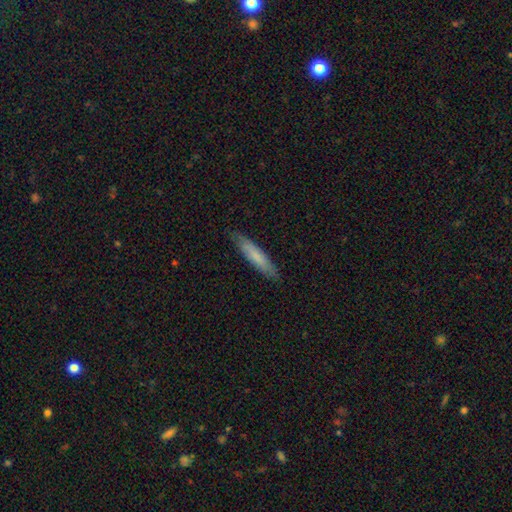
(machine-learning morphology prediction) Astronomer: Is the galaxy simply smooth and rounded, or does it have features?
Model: smooth — 73%.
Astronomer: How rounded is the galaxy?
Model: cigar-shaped — 87%.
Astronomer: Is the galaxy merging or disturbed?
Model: none — 86%.